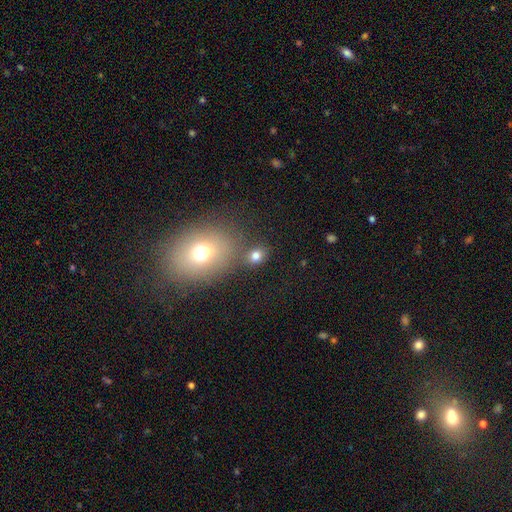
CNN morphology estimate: This is likely a smooth galaxy (75%). How rounded: possibly round (56%). Merging: likely none (65%).